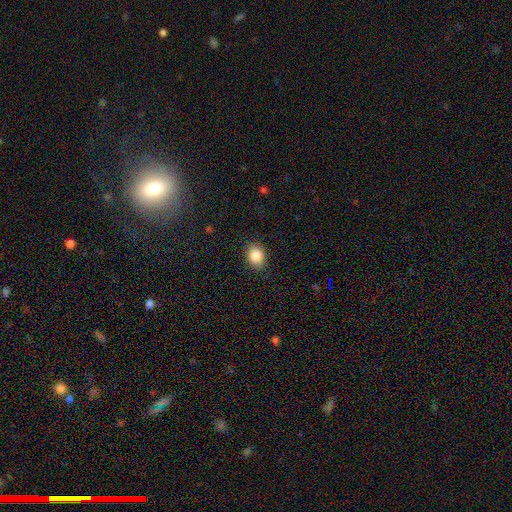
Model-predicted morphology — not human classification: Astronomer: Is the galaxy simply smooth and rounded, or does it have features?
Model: smooth — 87%.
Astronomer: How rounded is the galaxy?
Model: in between — 54% (runner-up: round, 45%).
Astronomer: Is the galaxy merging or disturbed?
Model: none — 87%.